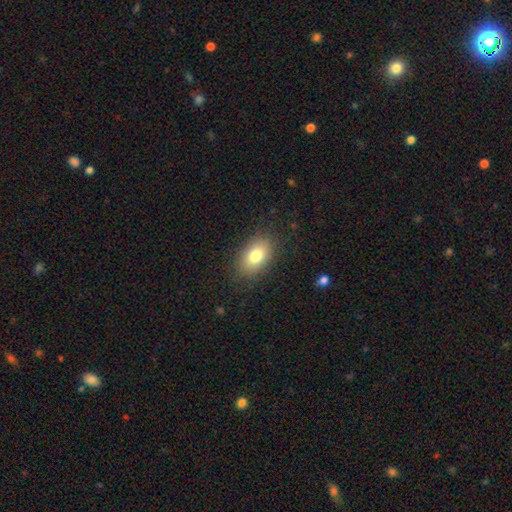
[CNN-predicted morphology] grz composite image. It shows a smooth galaxy with no disk features (79%) that is in between round and cigar-shaped (87%). Merging: none (85%).